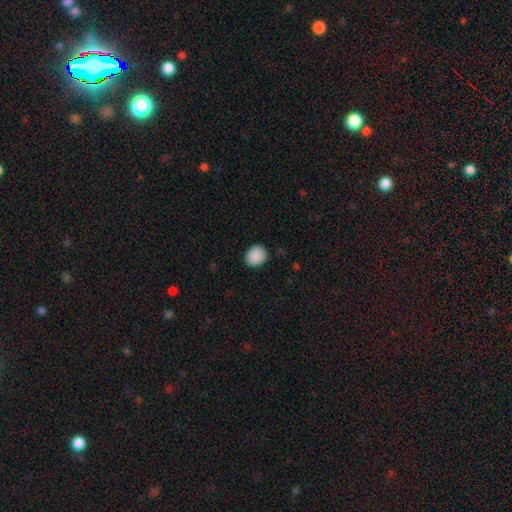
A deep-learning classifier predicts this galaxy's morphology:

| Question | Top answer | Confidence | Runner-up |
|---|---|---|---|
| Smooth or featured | smooth | 90% | star or artifact (7%) |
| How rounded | round | 67% | in between (32%) |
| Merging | none | 87% | minor disturbance (10%) |